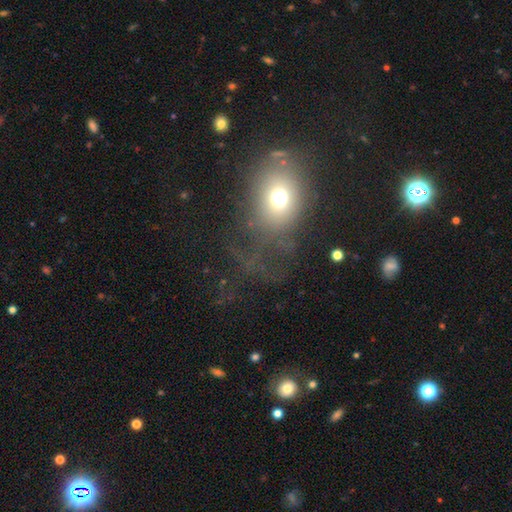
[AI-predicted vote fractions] smooth 51%, featured or disk 27%, star or artifact 22%. Down the decision tree: how rounded — in between (57%); merging — none (49%).